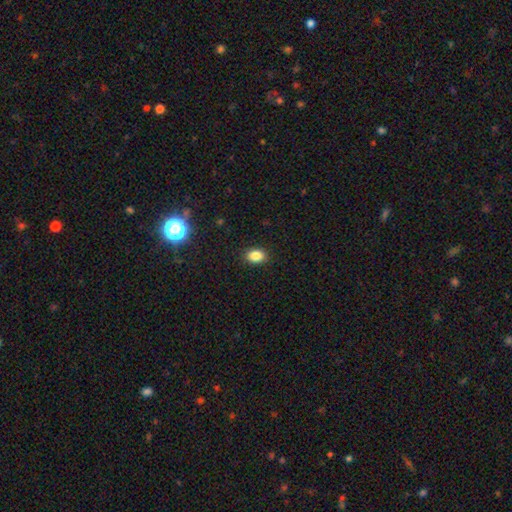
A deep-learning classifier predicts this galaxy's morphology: A smooth galaxy with no disk features (84%) that is in between round and cigar-shaped (74%). Merging: none (89%).